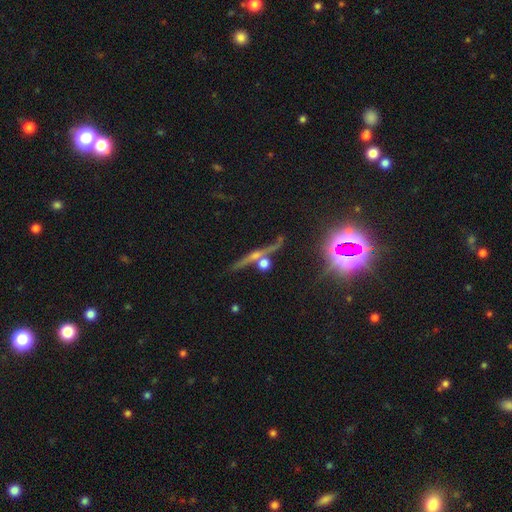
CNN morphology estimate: Smooth or featured? featured or disk (55%)
Edge-on disk? yes (86%)
Merging? none (69%)